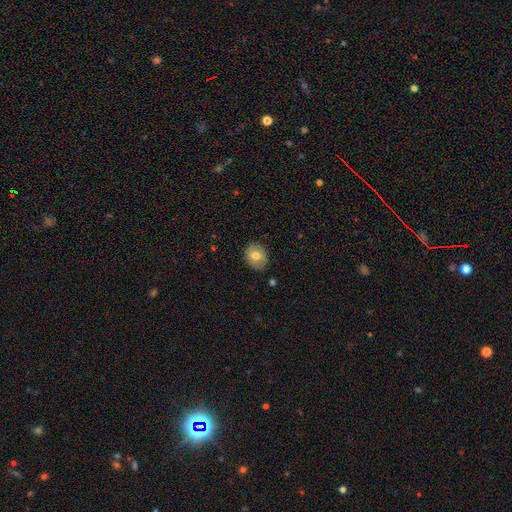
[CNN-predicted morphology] Smooth or featured? smooth (74%)
How rounded? round (61%)
Merging? none (85%)